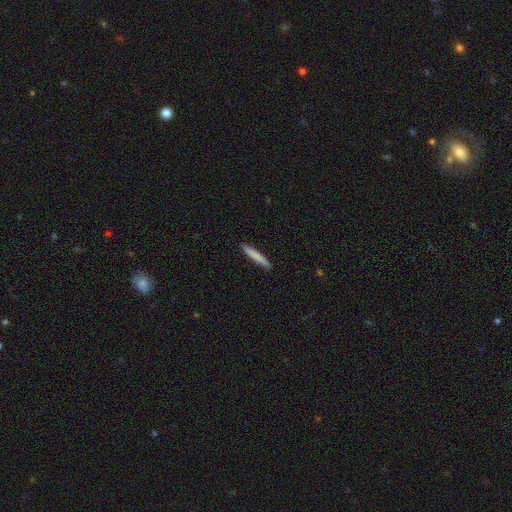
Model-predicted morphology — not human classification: smooth_or_featured: smooth (p=0.79) [alt: featured or disk p=0.16]
how_rounded: cigar-shaped (p=0.95) [alt: in between p=0.03]
merging: none (p=0.91) [alt: minor disturbance p=0.07]